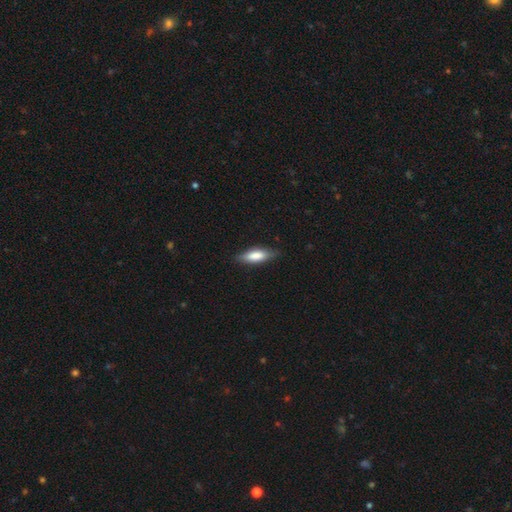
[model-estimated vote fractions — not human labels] A smooth galaxy with no disk features (77%) that is in between round and cigar-shaped (58%).

Vote fractions:
- Smooth or featured? smooth: 77% / featured or disk: 17% / star or artifact: 6%
- How rounded? in between: 58% / cigar-shaped: 40% / round: 2%
- Merging? none: 81% / minor disturbance: 15% / major disturbance: 3% / merger: 1%